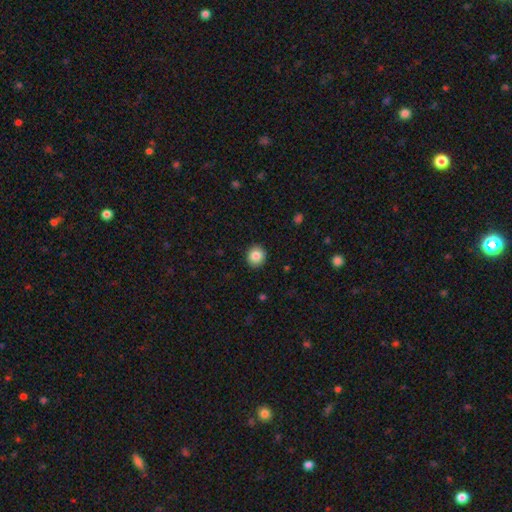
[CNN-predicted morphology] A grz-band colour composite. It shows a smooth galaxy with no disk features (86%) that is round (84%). Merging: none (91%).